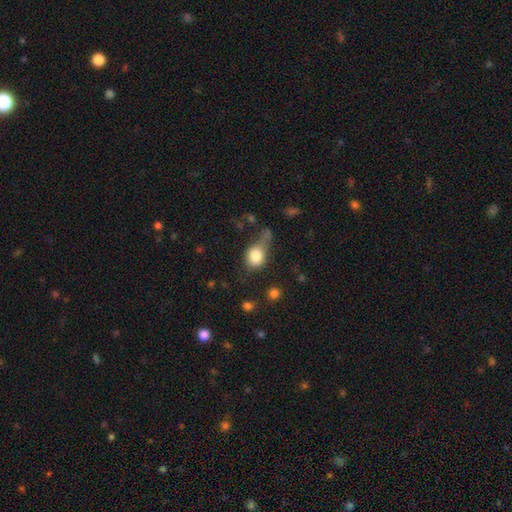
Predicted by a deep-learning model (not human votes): Smooth or featured? Predicted: smooth (p=0.79). How rounded? Predicted: round (p=0.54). Merging? Predicted: none (p=0.31).